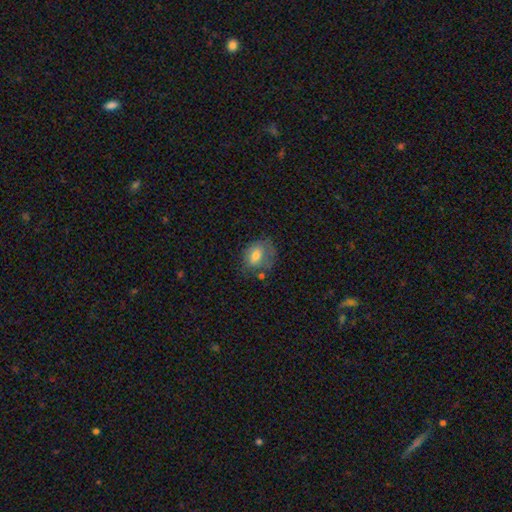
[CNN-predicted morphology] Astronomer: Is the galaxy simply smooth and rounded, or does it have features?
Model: smooth — 68%.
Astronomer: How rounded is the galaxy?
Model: in between — 59% (runner-up: round, 40%).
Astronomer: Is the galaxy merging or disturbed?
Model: none — 50% (runner-up: minor disturbance, 28%).